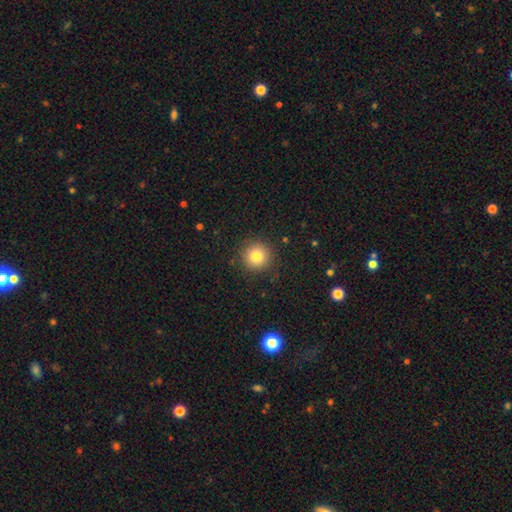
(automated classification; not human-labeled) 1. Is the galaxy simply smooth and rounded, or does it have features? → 81% smooth, 11% star or artifact, 7% featured or disk.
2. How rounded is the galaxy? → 95% round, 4% in between, 1% cigar-shaped.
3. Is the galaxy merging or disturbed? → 90% none, 7% minor disturbance, 2% major disturbance, 1% merger.